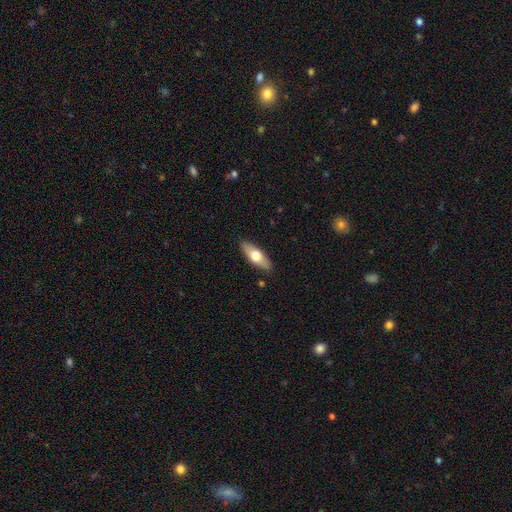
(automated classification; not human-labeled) This is likely a smooth galaxy (61%). How rounded: likely in between (68%). Merging: clearly none (88%).